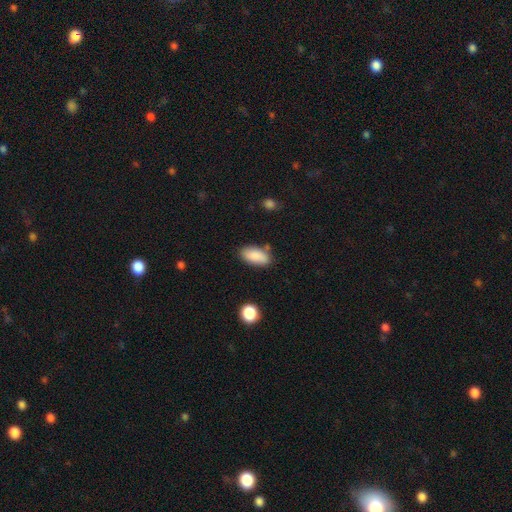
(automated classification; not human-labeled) The model was most divided on "merging": none: 78%, minor disturbance: 15%, merger: 4%, major disturbance: 3%. More confident: how rounded — in between (91%); smooth or featured — smooth (87%).